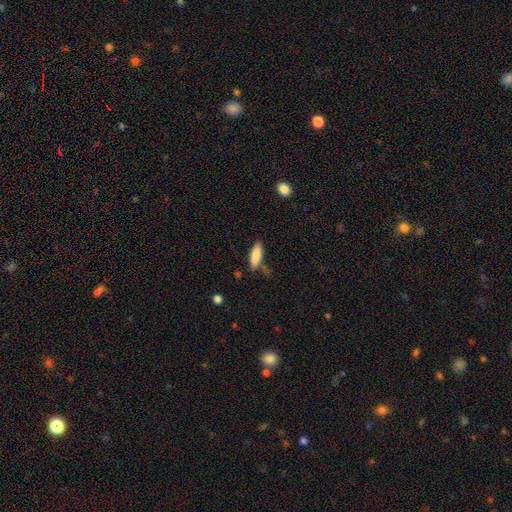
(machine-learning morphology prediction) Q: Smooth or featured?
A: smooth (83%); runner-up: featured or disk (10%)
Q: How rounded?
A: in between (57%); runner-up: cigar-shaped (42%)
Q: Merging?
A: none (73%); runner-up: minor disturbance (18%)